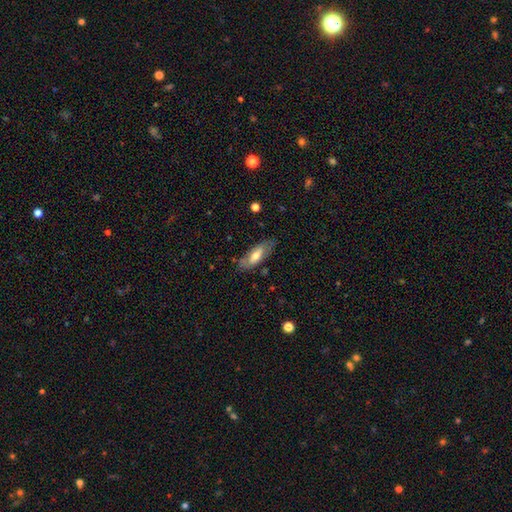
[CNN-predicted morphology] smooth-or-featured: smooth: 55% | featured or disk: 39% | star or artifact: 6%
  how-rounded: in between: 72% | cigar-shaped: 26% | round: 2%
  merging: none: 74% | minor disturbance: 19% | major disturbance: 5% | merger: 2%